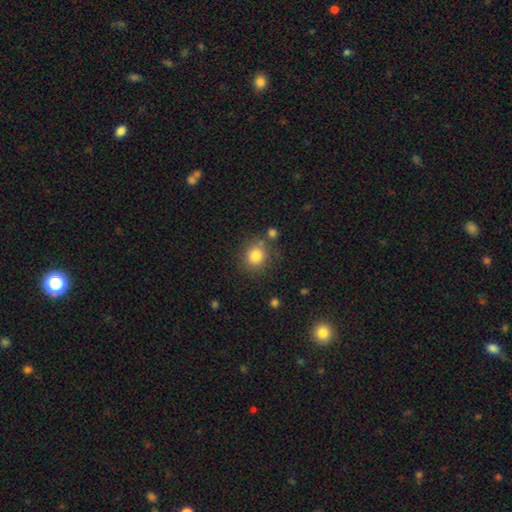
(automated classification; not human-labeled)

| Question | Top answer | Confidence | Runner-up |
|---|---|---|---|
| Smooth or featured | smooth | 83% | star or artifact (10%) |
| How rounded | round | 75% | in between (24%) |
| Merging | none | 74% | minor disturbance (13%) |